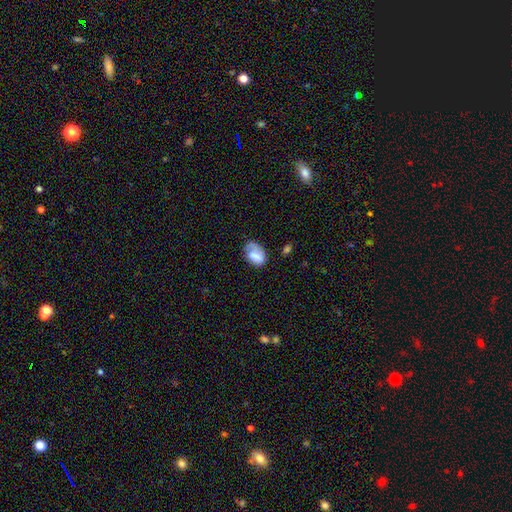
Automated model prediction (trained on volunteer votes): Q: Smooth or featured?
A: smooth (64%); runner-up: featured or disk (28%)
Q: How rounded?
A: in between (85%); runner-up: round (13%)
Q: Merging?
A: none (48%); runner-up: minor disturbance (30%)